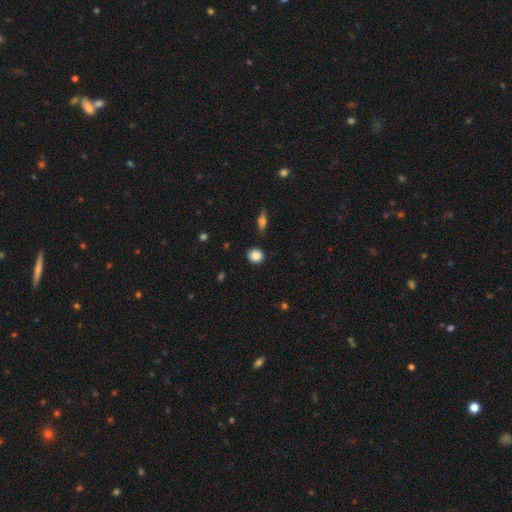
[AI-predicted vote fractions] A smooth galaxy with no disk features (87%) that is round (87%).

Vote fractions:
- Smooth or featured? smooth: 87% / star or artifact: 9% / featured or disk: 4%
- How rounded? round: 87% / in between: 12% / cigar-shaped: 1%
- Merging? none: 88% / minor disturbance: 8% / major disturbance: 2% / merger: 2%